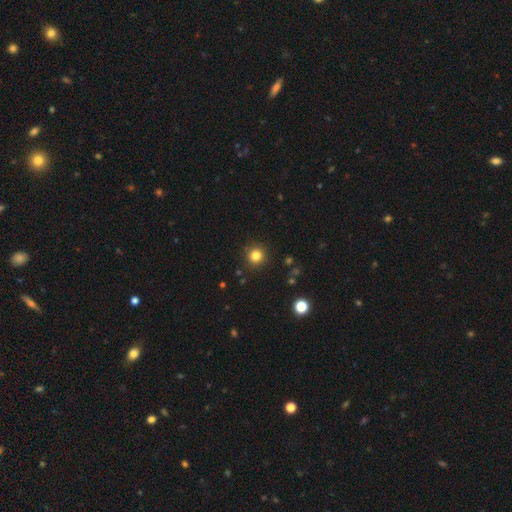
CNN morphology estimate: The model was most divided on "smooth or featured": smooth: 82%, star or artifact: 13%, featured or disk: 5%. More confident: how rounded — round (94%); merging — none (90%).